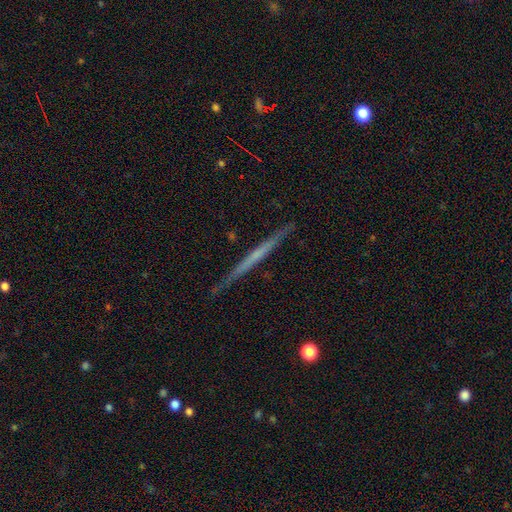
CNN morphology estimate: Smooth or featured? Predicted: featured or disk (p=0.62). Edge-on disk? Predicted: yes (p=0.98). Edge-on bulge? Predicted: none (p=0.87). Merging? Predicted: none (p=0.90).